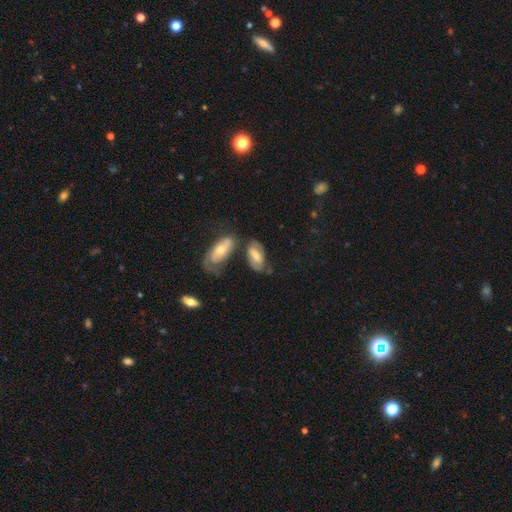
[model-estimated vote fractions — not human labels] Morphology: type=smooth (49%); merging=none (44%).